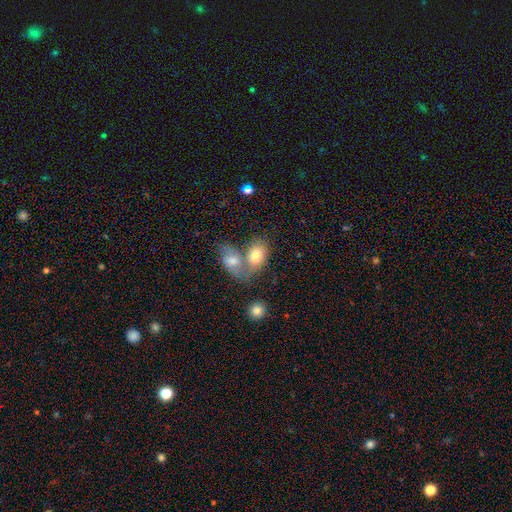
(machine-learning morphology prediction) Overall: smooth (74%). How rounded: in between (83%). Merging: merger (56%; none 30%).